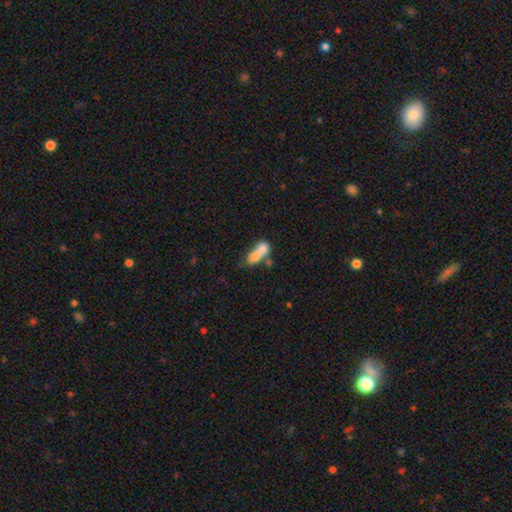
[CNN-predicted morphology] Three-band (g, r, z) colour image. It shows a smooth galaxy with no disk features (68%) that is in between round and cigar-shaped (69%). Merging: merger (69%).